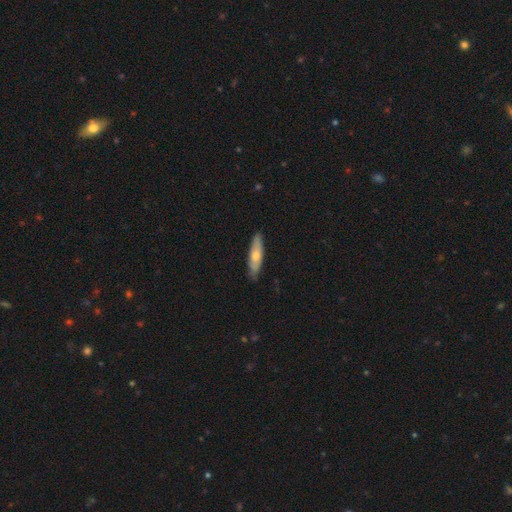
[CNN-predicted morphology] A smooth galaxy with no disk features (57%) that is cigar-shaped (66%). Merging: none (84%).